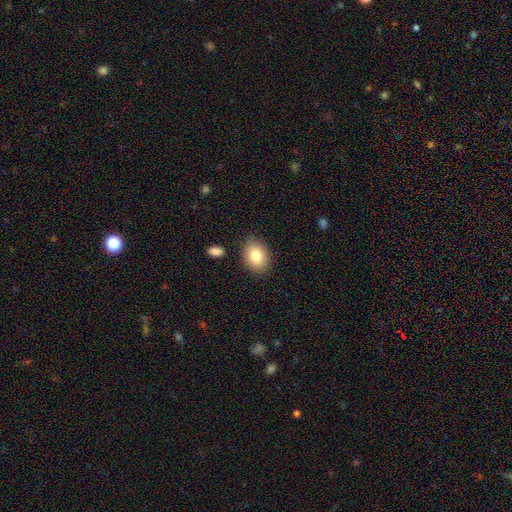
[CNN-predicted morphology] Smooth or featured? Predicted: smooth (p=0.84). How rounded? Predicted: in between (p=0.73). Merging? Predicted: none (p=0.83).